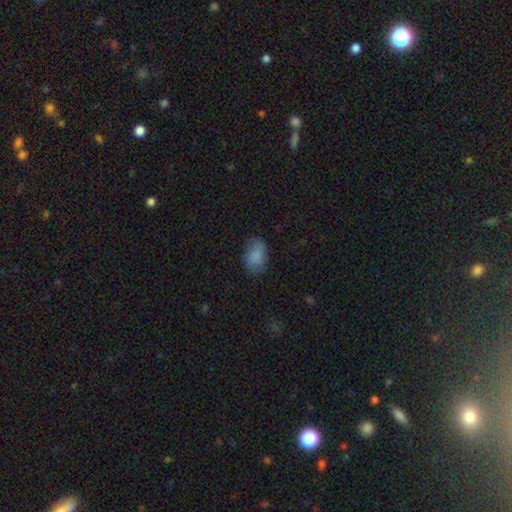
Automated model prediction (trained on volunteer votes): Q: Smooth or featured?
A: smooth (85%); runner-up: star or artifact (8%)
Q: How rounded?
A: in between (85%); runner-up: round (14%)
Q: Merging?
A: none (72%); runner-up: minor disturbance (21%)